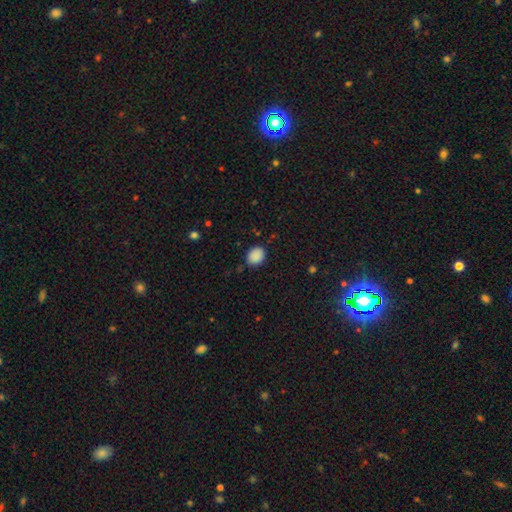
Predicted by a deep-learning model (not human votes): This is clearly a smooth galaxy (88%). How rounded: possibly in between (50%). Merging: clearly none (84%).